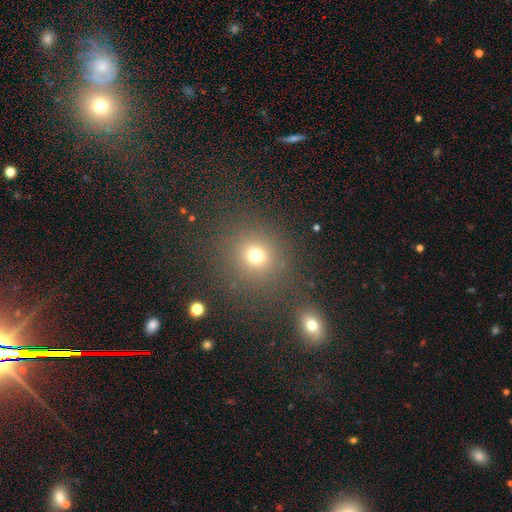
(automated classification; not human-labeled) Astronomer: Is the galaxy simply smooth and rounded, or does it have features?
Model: smooth — 72%.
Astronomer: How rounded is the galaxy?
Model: round — 84%.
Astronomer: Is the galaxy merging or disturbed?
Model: none — 81%.